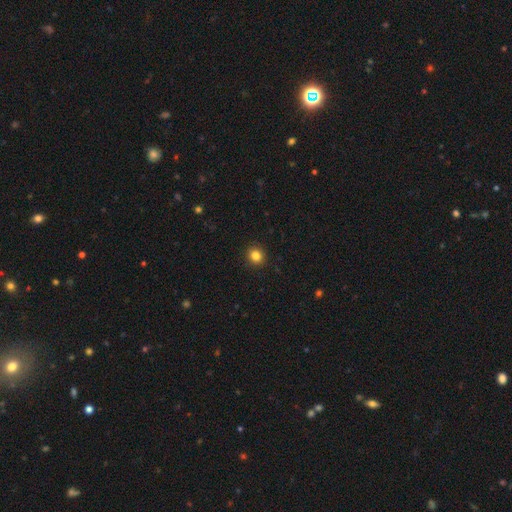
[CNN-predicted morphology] type=smooth (84%); roundness=round (87%); merging=none (92%).